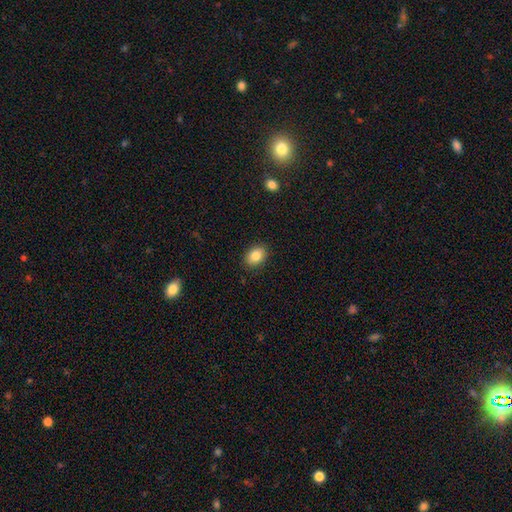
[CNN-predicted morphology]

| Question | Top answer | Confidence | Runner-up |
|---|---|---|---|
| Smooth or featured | smooth | 85% | star or artifact (8%) |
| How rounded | in between | 72% | round (27%) |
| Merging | none | 88% | minor disturbance (9%) |